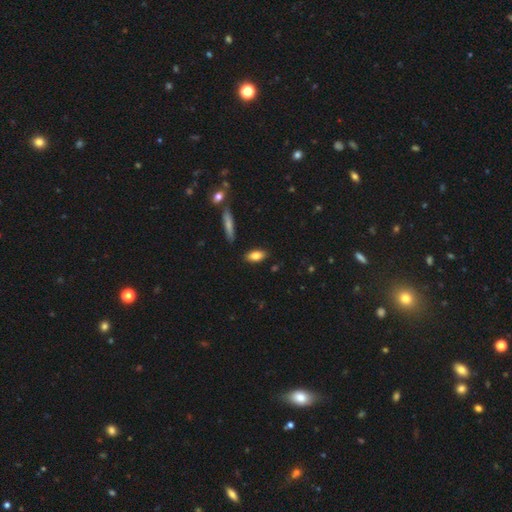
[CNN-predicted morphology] A smooth galaxy with no disk features (80%) that is in between round and cigar-shaped (83%). Merging: none (86%).